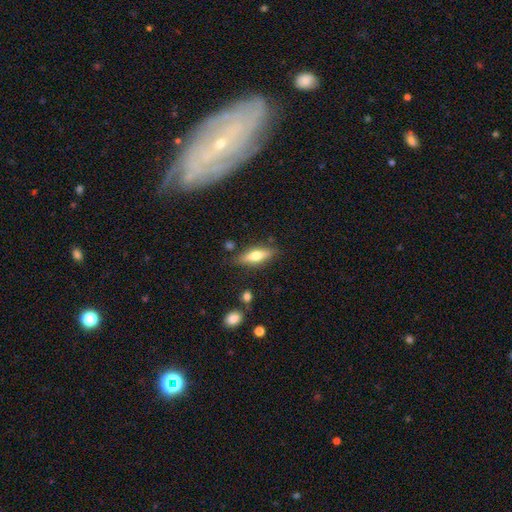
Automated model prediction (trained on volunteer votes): smooth-or-featured: smooth: 57% | featured or disk: 37% | star or artifact: 7%
  how-rounded: in between: 49% | cigar-shaped: 48% | round: 3%
  merging: none: 80% | minor disturbance: 14% | merger: 3% | major disturbance: 3%